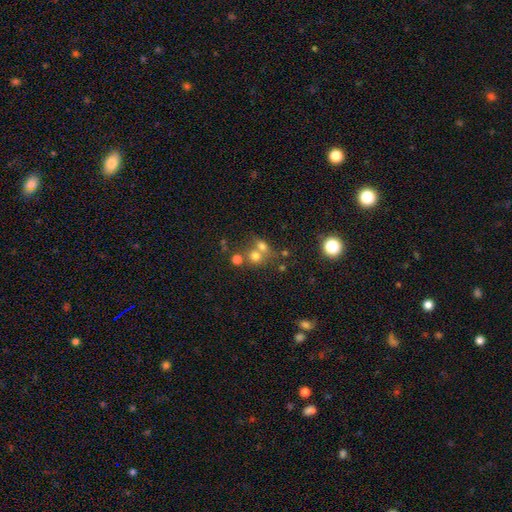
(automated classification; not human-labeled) Smooth or featured?
  - smooth: 68% *
  - star or artifact: 18%
  - featured or disk: 14%
How rounded?
  - round: 73% *
  - in between: 26%
  - cigar-shaped: 1%
Merging?
  - merger: 49% *
  - none: 39%
  - minor disturbance: 8%
  - major disturbance: 5%